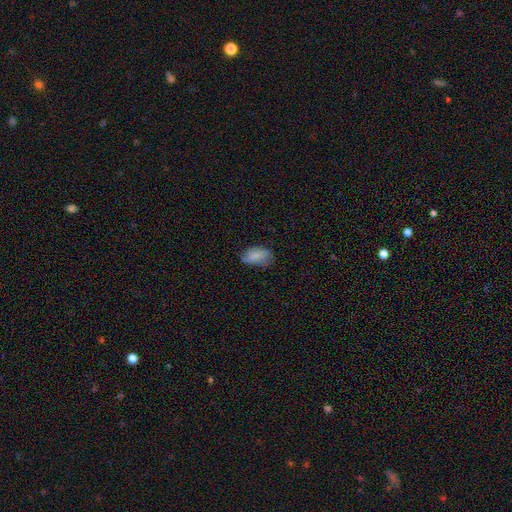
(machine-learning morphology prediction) This is likely a smooth galaxy (78%). How rounded: clearly in between (92%). Merging: possibly none (55%).